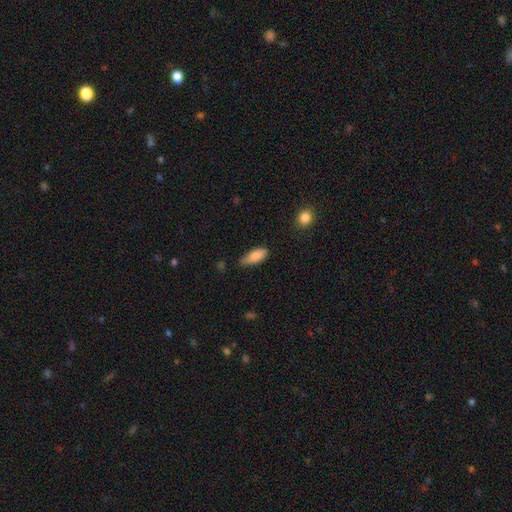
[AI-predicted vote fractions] Smooth or featured?
  - smooth: 85% *
  - featured or disk: 8%
  - star or artifact: 7%
How rounded?
  - in between: 78% *
  - cigar-shaped: 19%
  - round: 2%
Merging?
  - none: 59% *
  - minor disturbance: 33%
  - major disturbance: 6%
  - merger: 2%